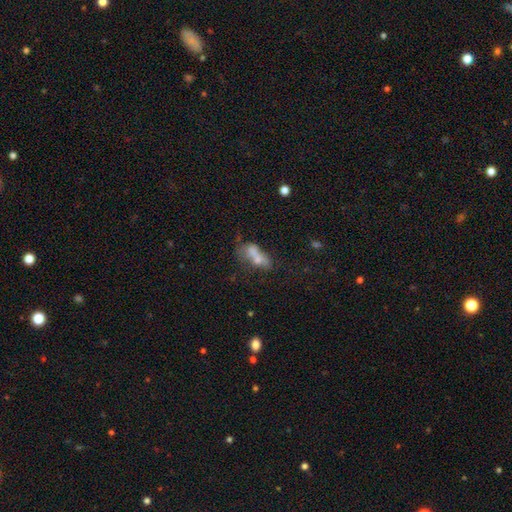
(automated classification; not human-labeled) Morphology: type=smooth (57%); roundness=in between (73%); merging=merger (44%).